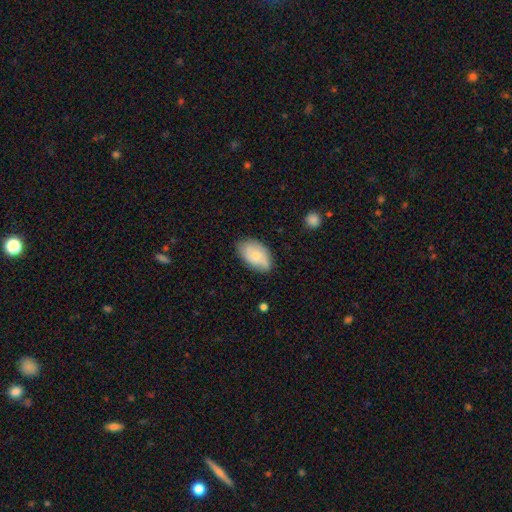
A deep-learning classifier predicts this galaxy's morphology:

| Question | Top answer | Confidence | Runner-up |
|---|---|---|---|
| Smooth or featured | smooth | 64% | featured or disk (29%) |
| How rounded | in between | 92% | round (6%) |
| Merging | none | 71% | minor disturbance (22%) |